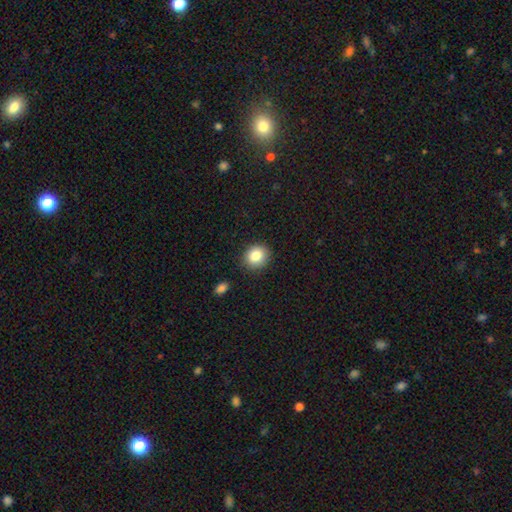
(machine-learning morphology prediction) smooth_or_featured: smooth (p=0.84) [alt: star or artifact p=0.09]
how_rounded: round (p=0.76) [alt: in between p=0.23]
merging: none (p=0.88) [alt: minor disturbance p=0.08]